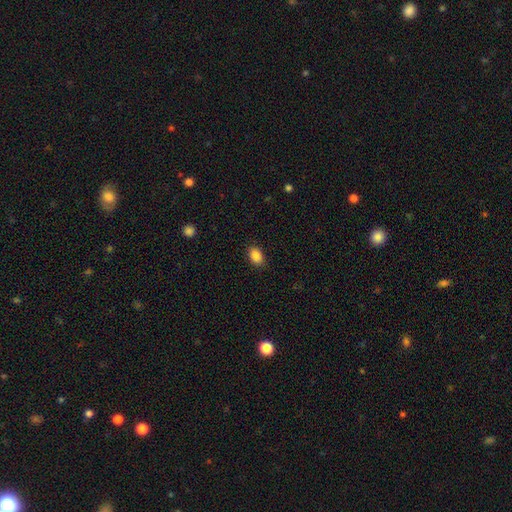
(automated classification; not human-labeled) This is clearly a smooth galaxy (88%). How rounded: clearly in between (80%). Merging: clearly none (87%).